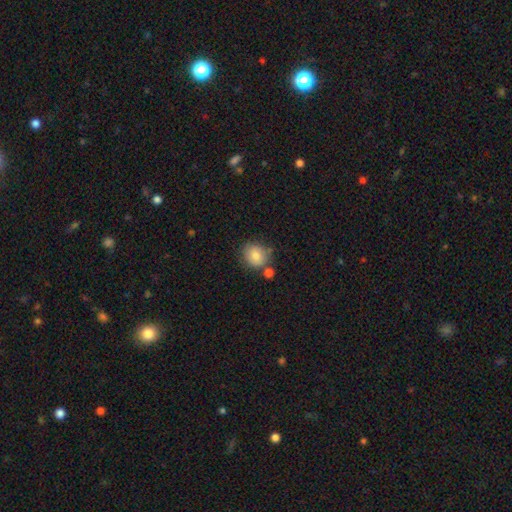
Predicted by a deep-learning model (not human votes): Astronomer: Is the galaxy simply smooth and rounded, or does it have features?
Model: smooth — 80%.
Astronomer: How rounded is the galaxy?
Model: round — 77%.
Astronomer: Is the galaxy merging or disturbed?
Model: none — 68%.